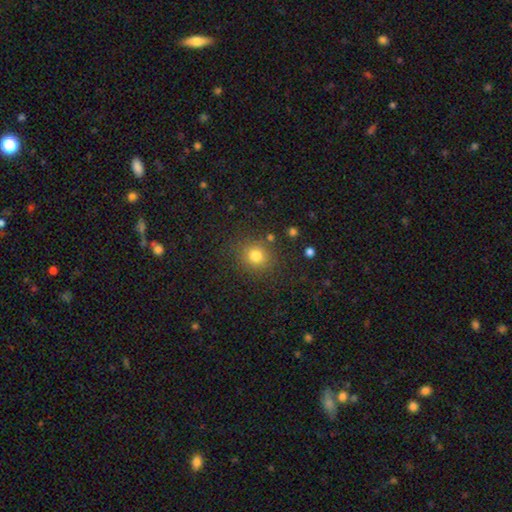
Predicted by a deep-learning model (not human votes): Smooth or featured? smooth (80%)
How rounded? round (81%)
Merging? none (84%)